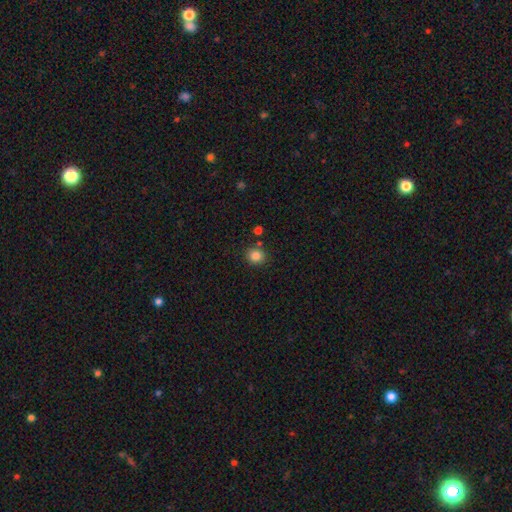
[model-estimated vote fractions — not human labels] Morphology: type=smooth (85%); roundness=round (82%); merging=none (84%).